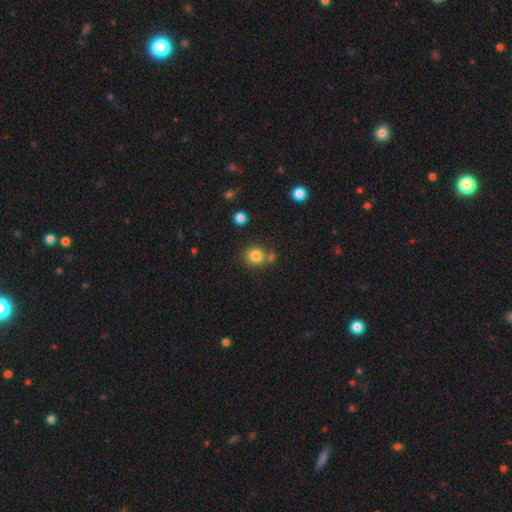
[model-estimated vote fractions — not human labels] smooth_or_featured: smooth (p=0.82) [alt: star or artifact p=0.12]
how_rounded: round (p=0.84) [alt: in between p=0.15]
merging: none (p=0.69) [alt: merger p=0.16]